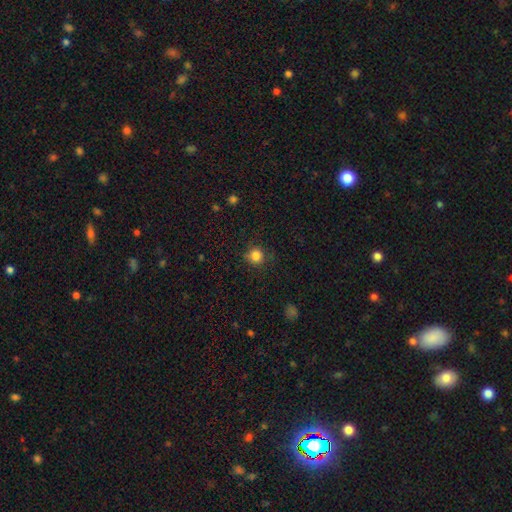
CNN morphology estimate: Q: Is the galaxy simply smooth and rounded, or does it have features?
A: smooth — 83%.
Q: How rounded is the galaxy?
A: round — 93%.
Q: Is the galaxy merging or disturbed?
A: none — 85%.